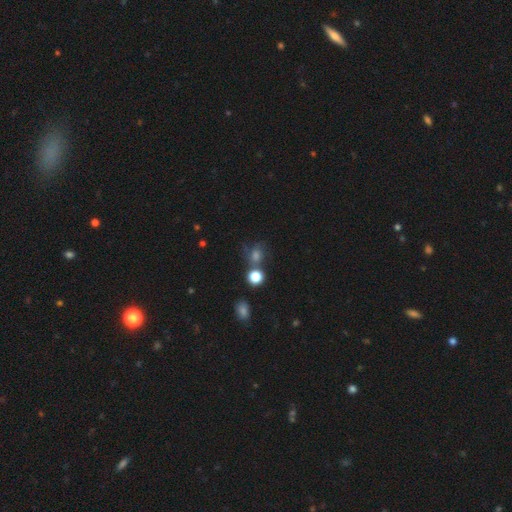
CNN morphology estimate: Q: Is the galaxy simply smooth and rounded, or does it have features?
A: smooth — 58%.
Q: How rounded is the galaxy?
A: round — 76%.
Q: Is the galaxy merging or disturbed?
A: none — 59%.